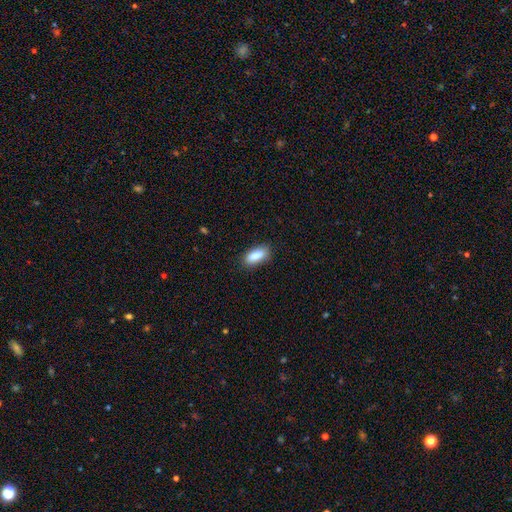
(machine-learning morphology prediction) This appears to be a smooth galaxy with no disk features (88%) that is in between round and cigar-shaped (85%). Merging: none (85%).